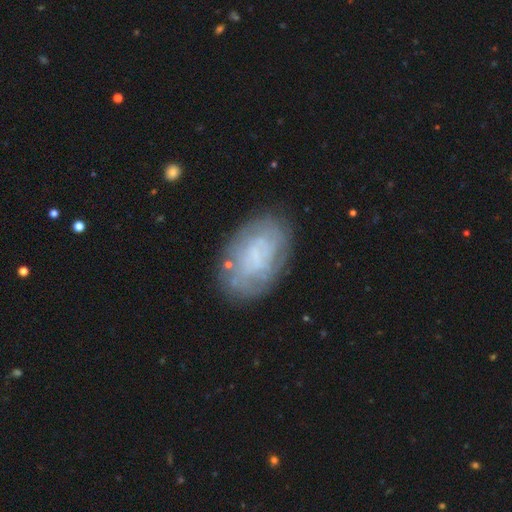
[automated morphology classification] Smooth or featured?
  - featured or disk: 53% *
  - smooth: 38%
  - star or artifact: 9%
Edge-on disk?
  - no: 96% *
  - yes: 4%
Bar?
  - no: 69% *
  - weak: 24%
  - strong: 7%
Spiral arms?
  - yes: 52% *
  - no: 48%
Bulge size?
  - none: 56% *
  - small: 25%
  - moderate: 11%
  - large: 5%
  - dominant: 2%
Merging?
  - none: 71% *
  - minor disturbance: 19%
  - major disturbance: 7%
  - merger: 3%